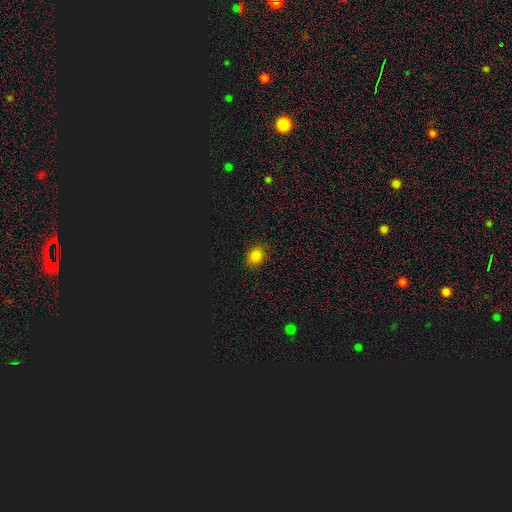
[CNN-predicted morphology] Smooth or featured? Predicted: smooth (p=0.79). How rounded? Predicted: round (p=0.64). Merging? Predicted: none (p=0.87).